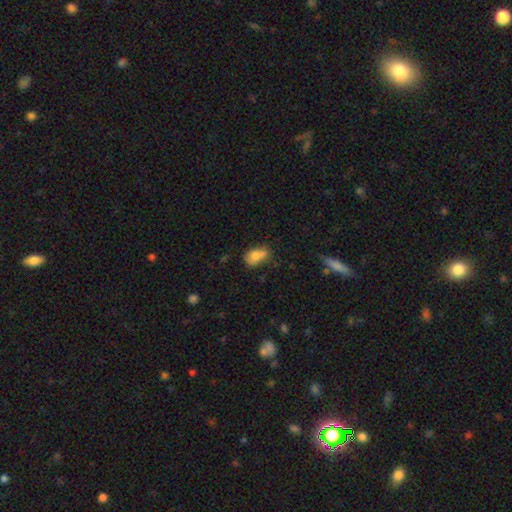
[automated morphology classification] Smooth or featured?
  - smooth: 72% *
  - featured or disk: 17%
  - star or artifact: 10%
How rounded?
  - in between: 76% *
  - round: 22%
  - cigar-shaped: 2%
Merging?
  - none: 39% *
  - merger: 26%
  - minor disturbance: 25%
  - major disturbance: 10%